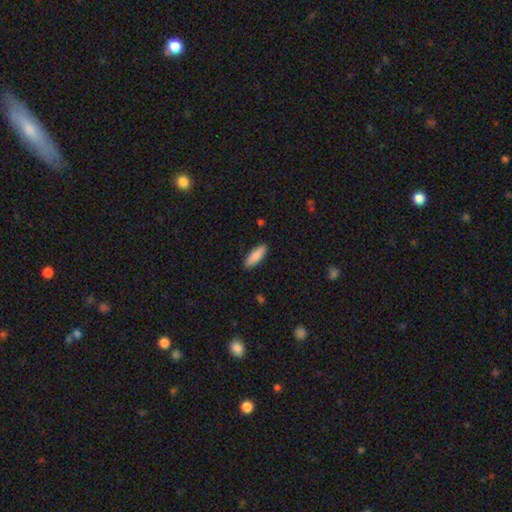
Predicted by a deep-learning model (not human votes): This appears to be a smooth galaxy with no disk features (88%) that is cigar-shaped (49%, tied with in between). Merging: none (89%).